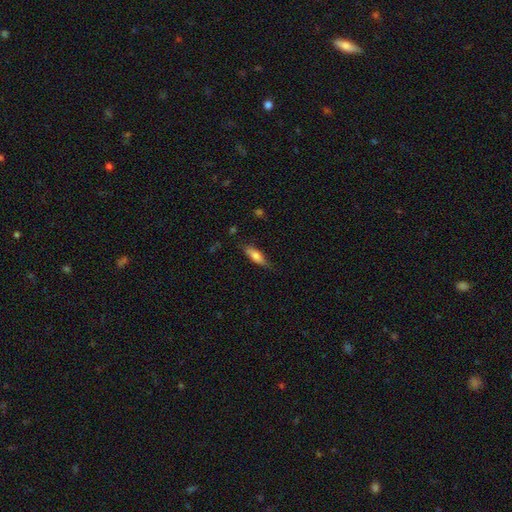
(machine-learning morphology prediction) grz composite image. It shows a smooth galaxy with no disk features (70%) that is in between round and cigar-shaped (49%, tied with cigar-shaped). Merging: none (74%).